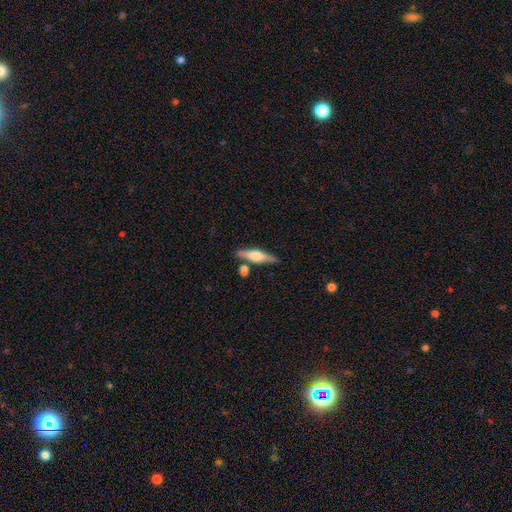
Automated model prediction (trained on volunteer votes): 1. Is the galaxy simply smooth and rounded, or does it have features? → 55% featured or disk, 39% smooth, 6% star or artifact.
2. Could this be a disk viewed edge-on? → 95% yes, 5% no.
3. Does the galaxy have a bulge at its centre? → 87% rounded, 10% boxy, 3% none.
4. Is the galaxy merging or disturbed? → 77% none, 11% minor disturbance, 10% merger, 3% major disturbance.